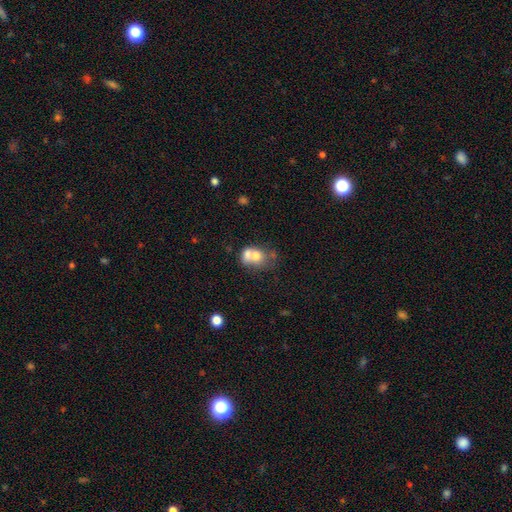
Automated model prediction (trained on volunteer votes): The model was most divided on "how rounded": round: 55%, in between: 44%, cigar-shaped: 1%. More confident: smooth or featured — smooth (66%); merging — merger (62%).